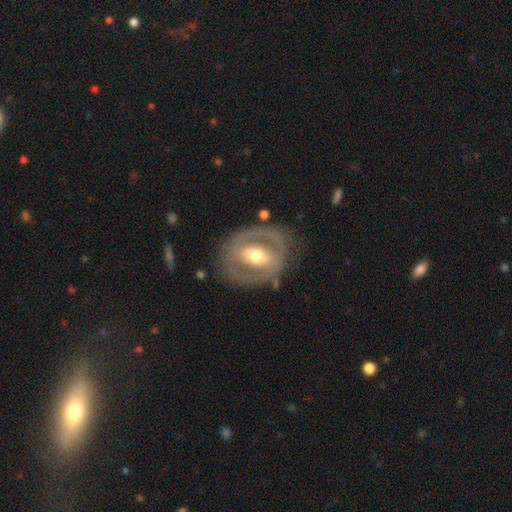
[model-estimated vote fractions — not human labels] This appears to be a featured or disk galaxy (71%) with a strong bar (42%), no spiral arms (59%) and a moderate central bulge (69%). Merging: none (76%).